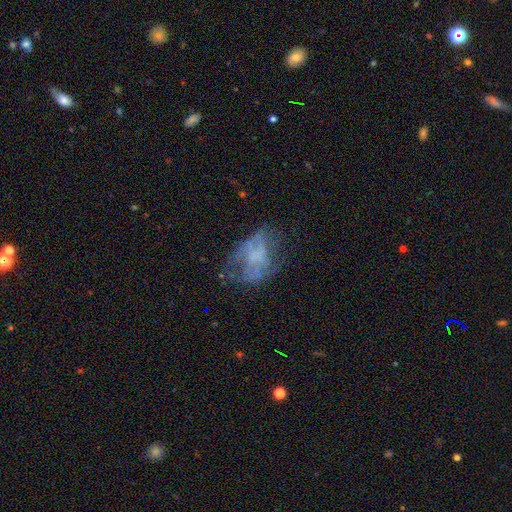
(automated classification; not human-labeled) This is possibly a featured or disk galaxy (55%). It is clearly not viewed edge-on (97%). Bar: clearly no (81%). Spiral arm pattern: likely no (76%). Central bulge: likely none (69%). Merging: marginally none (41%).